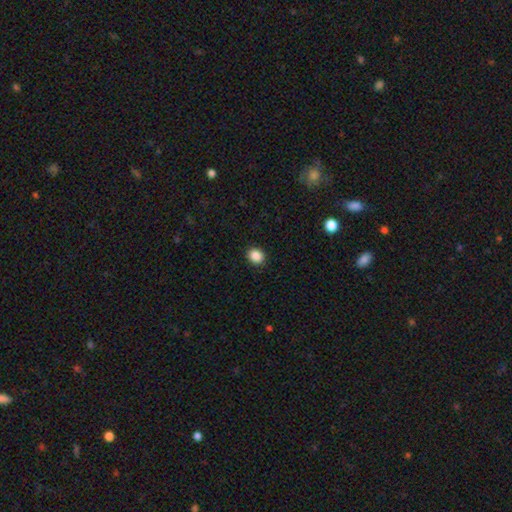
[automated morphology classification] smooth 88%, star or artifact 9%, featured or disk 3%. Down the decision tree: how rounded — round (69%); merging — none (91%).